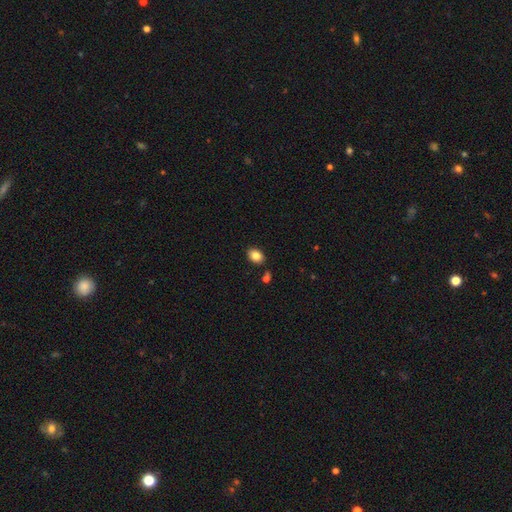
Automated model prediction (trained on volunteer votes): A smooth galaxy with no disk features (84%) that is in between round and cigar-shaped (79%).

Vote fractions:
- Smooth or featured? smooth: 84% / star or artifact: 9% / featured or disk: 7%
- How rounded? in between: 79% / round: 20% / cigar-shaped: 1%
- Merging? none: 83% / minor disturbance: 10% / merger: 4% / major disturbance: 2%